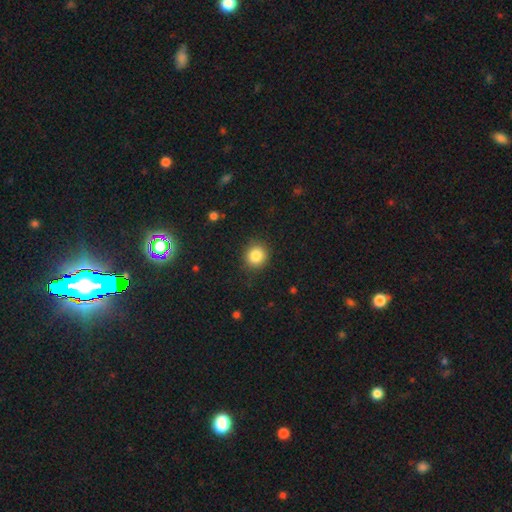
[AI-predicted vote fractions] This appears to be a smooth galaxy with no disk features (85%) that is round (88%). Merging: none (89%).